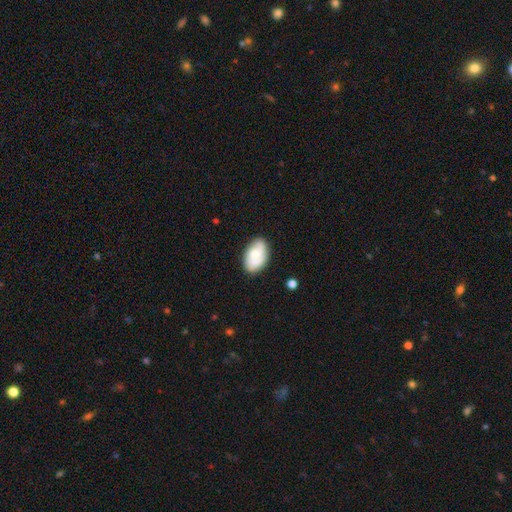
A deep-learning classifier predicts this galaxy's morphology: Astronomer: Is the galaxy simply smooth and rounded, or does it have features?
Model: smooth — 49% (runner-up: featured or disk, 44%).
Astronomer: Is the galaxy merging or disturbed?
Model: none — 74%.